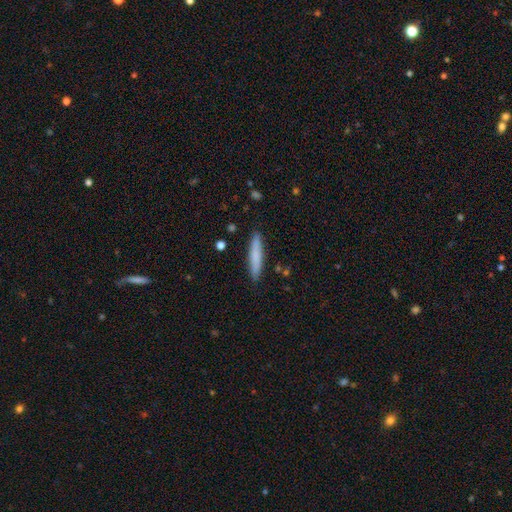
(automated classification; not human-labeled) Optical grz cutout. It shows a smooth galaxy with no disk features (76%) that is cigar-shaped (92%). Merging: none (89%).